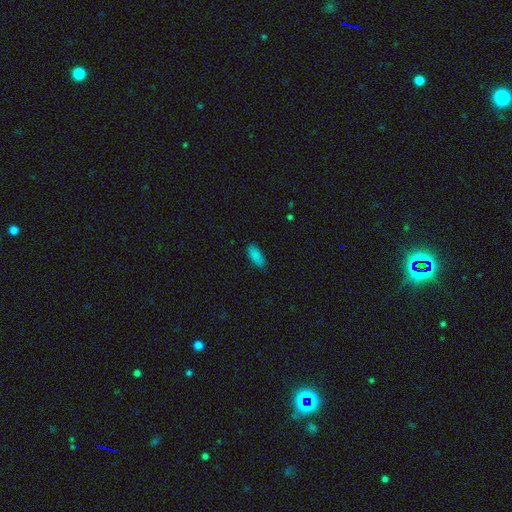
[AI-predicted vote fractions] A smooth galaxy with no disk features (87%) that is in between round and cigar-shaped (78%).

Vote fractions:
- Smooth or featured? smooth: 87% / star or artifact: 9% / featured or disk: 4%
- How rounded? in between: 78% / cigar-shaped: 20% / round: 2%
- Merging? none: 85% / minor disturbance: 12% / major disturbance: 2% / merger: 1%